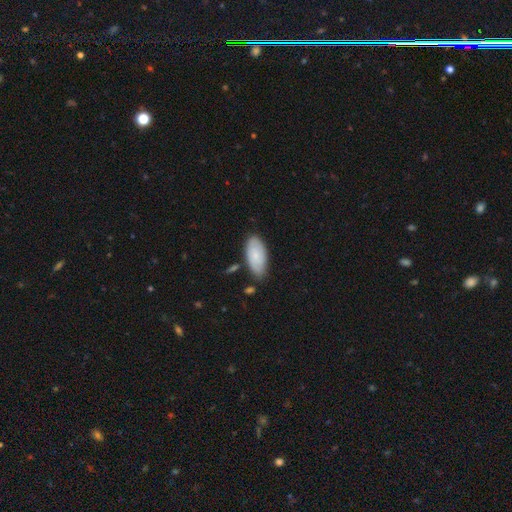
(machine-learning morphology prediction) smooth-or-featured: smooth: 69% | featured or disk: 25% | star or artifact: 6%
  how-rounded: in between: 92% | cigar-shaped: 6% | round: 2%
  merging: none: 72% | minor disturbance: 20% | merger: 4% | major disturbance: 4%